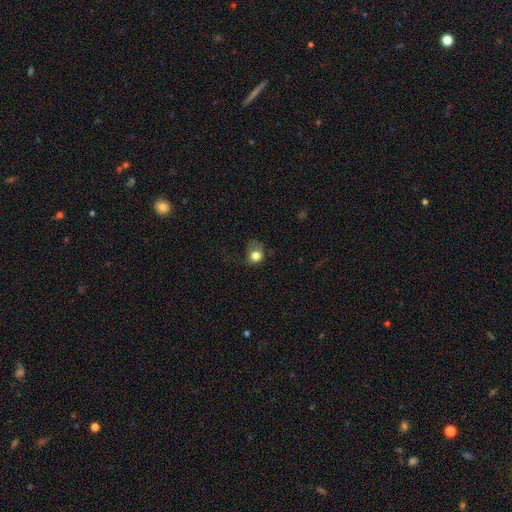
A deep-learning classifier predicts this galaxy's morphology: Smooth or featured? smooth (76%)
How rounded? round (59%)
Merging? minor disturbance (34%)